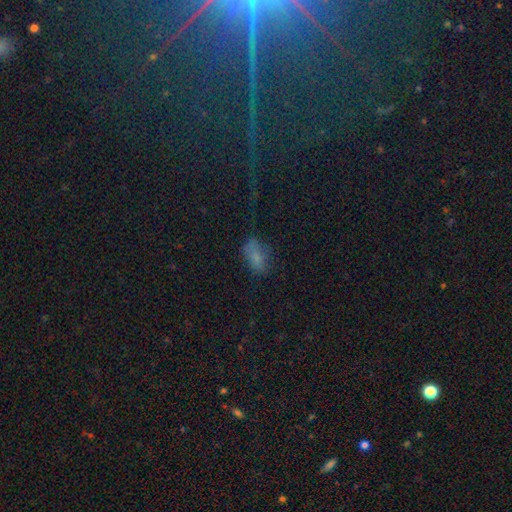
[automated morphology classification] This is likely a smooth galaxy (65%). How rounded: clearly in between (88%). Merging: possibly none (58%).